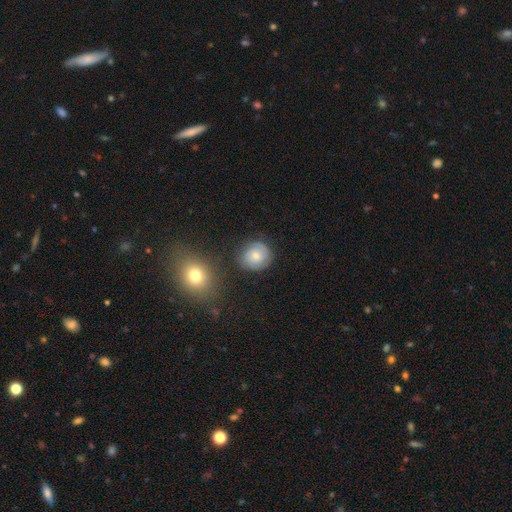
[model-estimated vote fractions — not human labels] Q: Smooth or featured?
A: smooth (47%); runner-up: featured or disk (45%)
Q: Merging?
A: none (78%); runner-up: minor disturbance (14%)